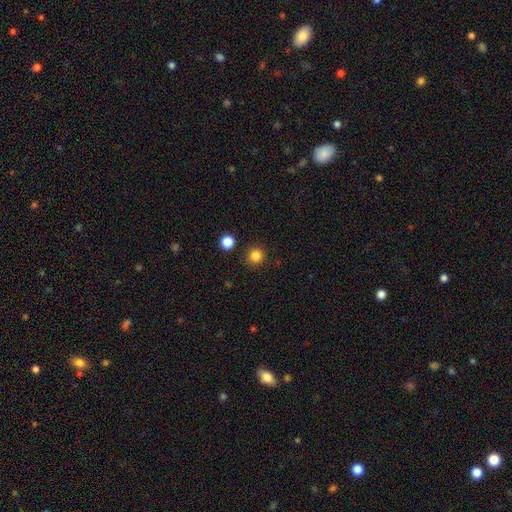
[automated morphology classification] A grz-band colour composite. It shows a smooth galaxy with no disk features (84%) that is round (95%). Merging: none (91%).